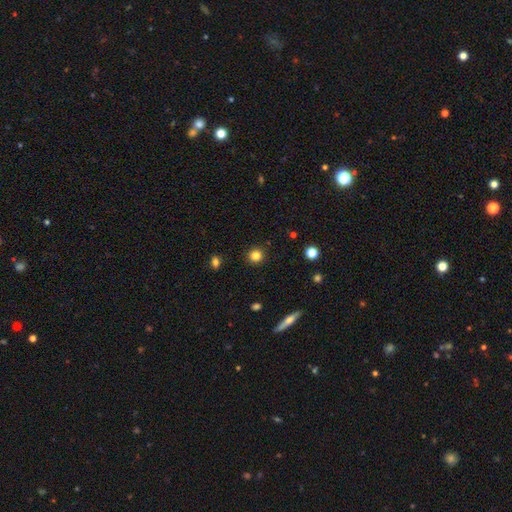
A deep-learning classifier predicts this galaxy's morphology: Smooth or featured? Predicted: smooth (p=0.82). How rounded? Predicted: round (p=0.93). Merging? Predicted: none (p=0.91).